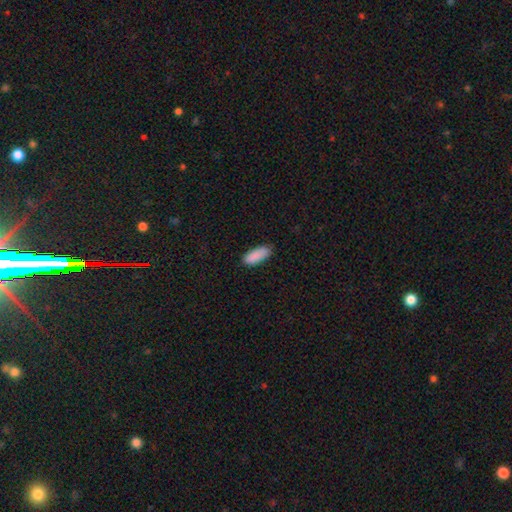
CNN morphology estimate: A smooth galaxy with no disk features (90%) that is in between round and cigar-shaped (78%). Merging: none (82%).